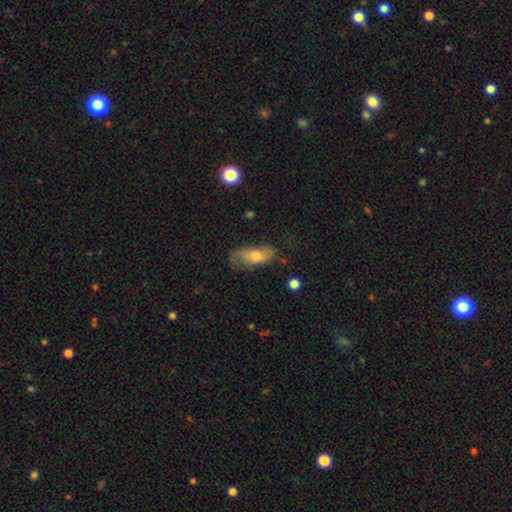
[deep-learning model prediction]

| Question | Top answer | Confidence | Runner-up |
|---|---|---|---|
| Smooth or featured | smooth | 59% | featured or disk (33%) |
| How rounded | in between | 78% | cigar-shaped (18%) |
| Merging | none | 60% | minor disturbance (27%) |